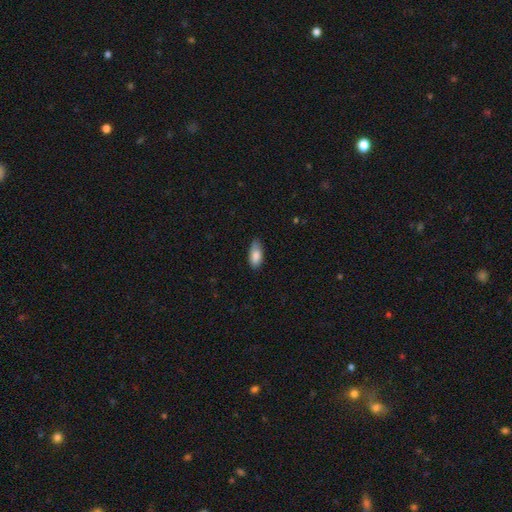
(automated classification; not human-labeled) smooth-or-featured: smooth: 85% | featured or disk: 9% | star or artifact: 7%
  how-rounded: in between: 87% | cigar-shaped: 11% | round: 2%
  merging: none: 69% | minor disturbance: 26% | major disturbance: 4% | merger: 1%